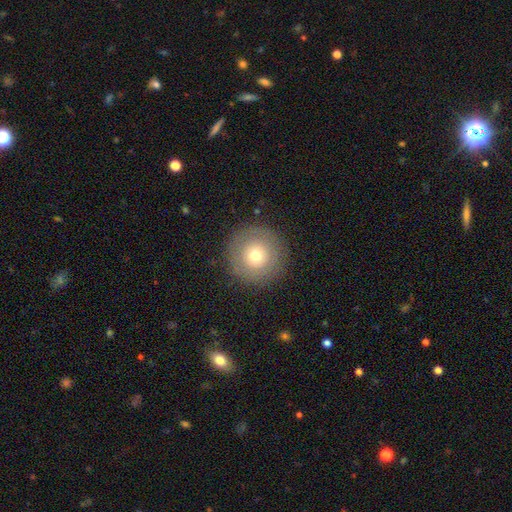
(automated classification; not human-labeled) The model was most divided on "smooth or featured": smooth: 67%, featured or disk: 22%, star or artifact: 11%. More confident: how rounded — round (97%); merging — none (88%).